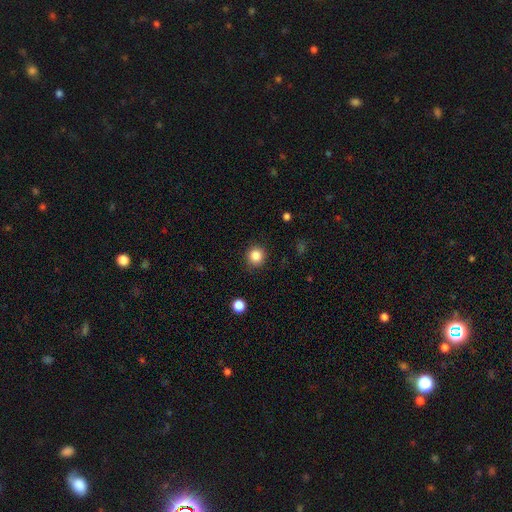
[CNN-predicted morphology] smooth_or_featured: smooth (p=0.85) [alt: star or artifact p=0.11]
how_rounded: round (p=0.91) [alt: in between p=0.08]
merging: none (p=0.89) [alt: minor disturbance p=0.08]